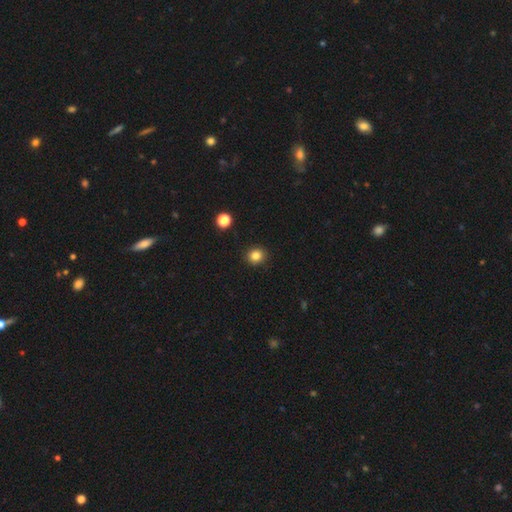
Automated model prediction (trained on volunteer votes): This is clearly a smooth galaxy (83%). How rounded: clearly round (85%). Merging: clearly none (92%).